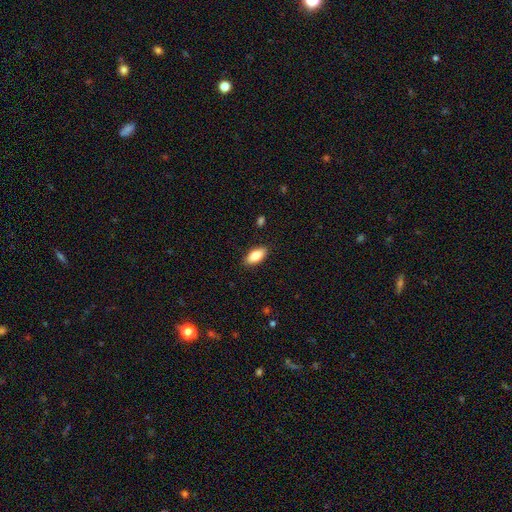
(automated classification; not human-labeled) A smooth galaxy with no disk features (82%) that is in between round and cigar-shaped (89%).

Vote fractions:
- Smooth or featured? smooth: 82% / featured or disk: 12% / star or artifact: 7%
- How rounded? in between: 89% / cigar-shaped: 8% / round: 3%
- Merging? none: 88% / minor disturbance: 9% / major disturbance: 2% / merger: 1%